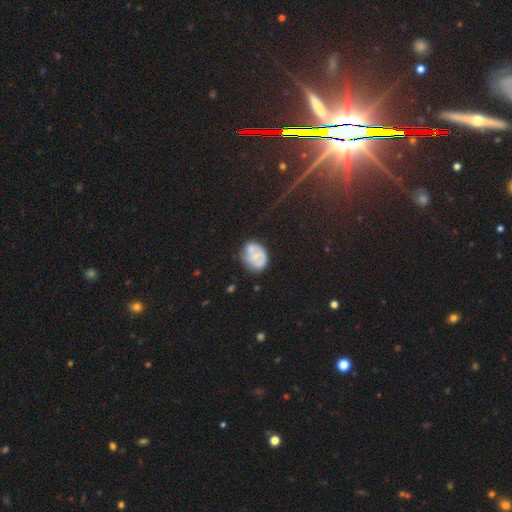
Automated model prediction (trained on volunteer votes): Overall: smooth (52%; featured or disk 38%). How rounded: in between (50%; round 49%). Merging: none (48%; minor disturbance 27%).